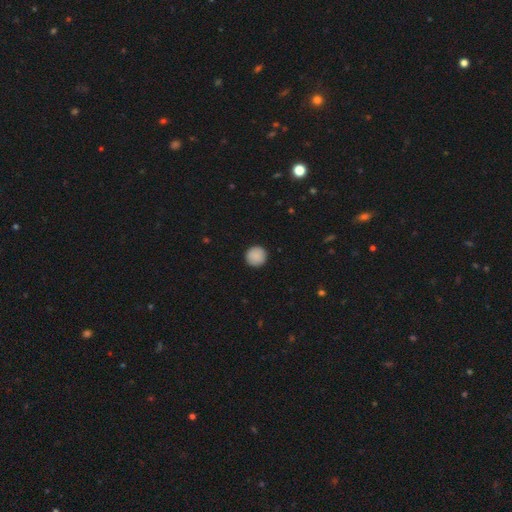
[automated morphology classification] Q: Smooth or featured?
A: smooth (89%); runner-up: star or artifact (8%)
Q: How rounded?
A: round (96%); runner-up: in between (3%)
Q: Merging?
A: none (92%); runner-up: minor disturbance (5%)